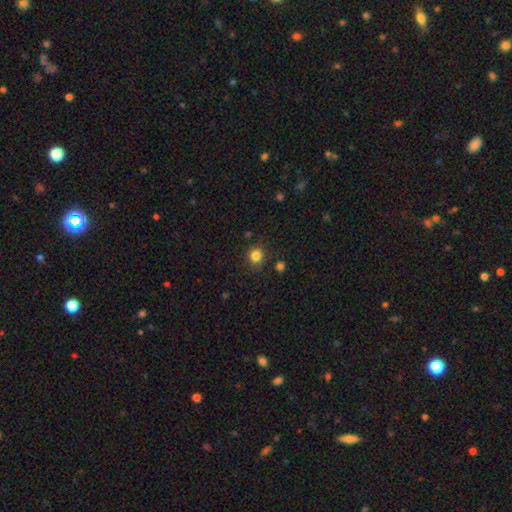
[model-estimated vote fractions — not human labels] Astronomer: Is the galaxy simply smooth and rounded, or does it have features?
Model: smooth — 83%.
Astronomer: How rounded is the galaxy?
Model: round — 88%.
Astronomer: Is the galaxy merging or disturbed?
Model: none — 86%.